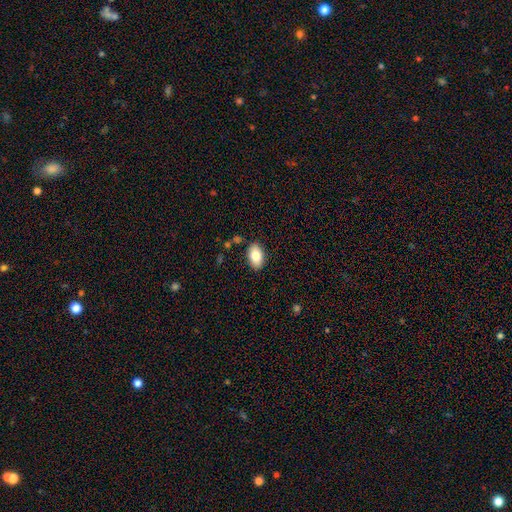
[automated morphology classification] type=smooth (83%); roundness=in between (92%); merging=none (86%).